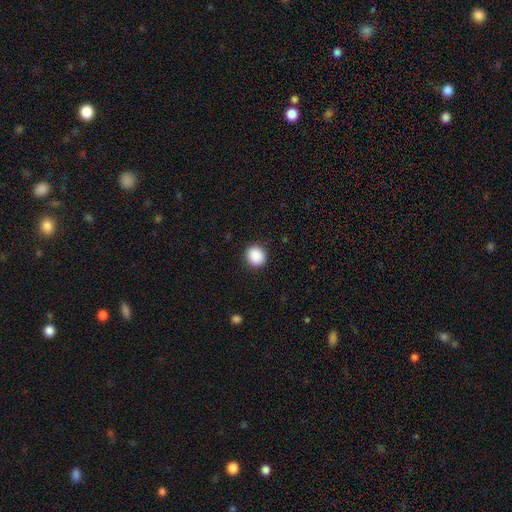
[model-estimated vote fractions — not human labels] smooth 89%, star or artifact 8%, featured or disk 2%. Down the decision tree: how rounded — round (88%); merging — none (92%).